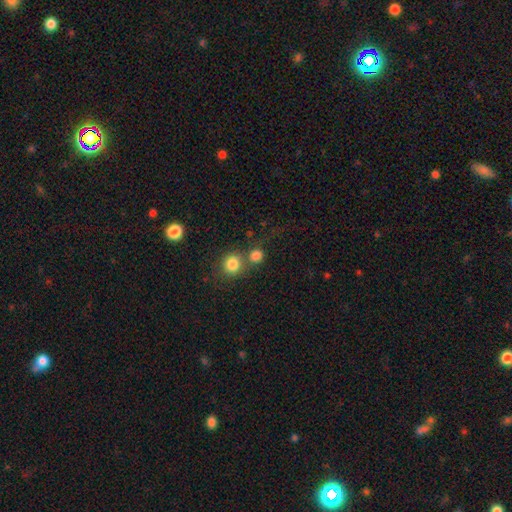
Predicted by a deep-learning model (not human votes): Overall: smooth (81%). How rounded: round (86%). Merging: none (52%; merger 37%).